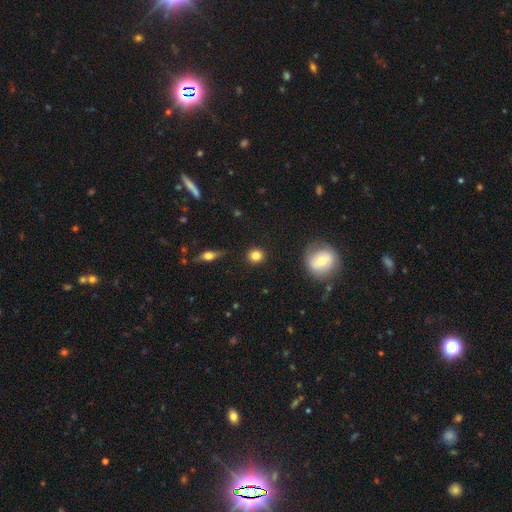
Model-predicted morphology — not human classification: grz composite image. It shows a smooth galaxy with no disk features (84%) that is round (90%). Merging: none (89%).